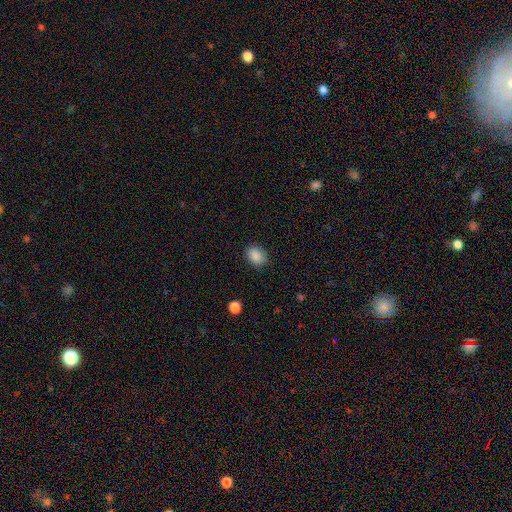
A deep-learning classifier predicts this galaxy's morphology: smooth-or-featured: smooth: 88% | star or artifact: 8% | featured or disk: 3%
  how-rounded: in between: 59% | round: 40% | cigar-shaped: 1%
  merging: none: 86% | minor disturbance: 11% | major disturbance: 3% | merger: 1%